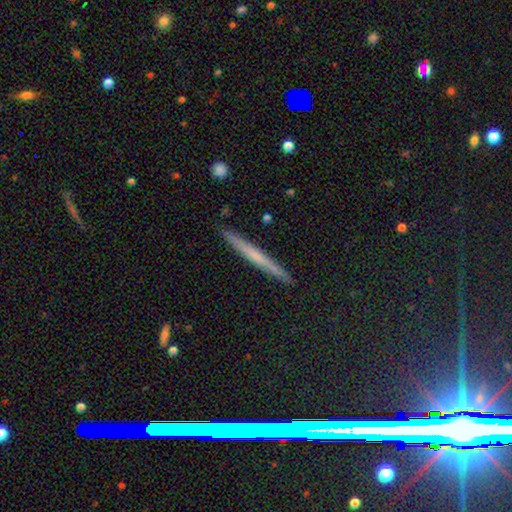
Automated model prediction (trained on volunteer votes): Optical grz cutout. It shows a smooth galaxy with no disk features (46%). Merging: none (91%).